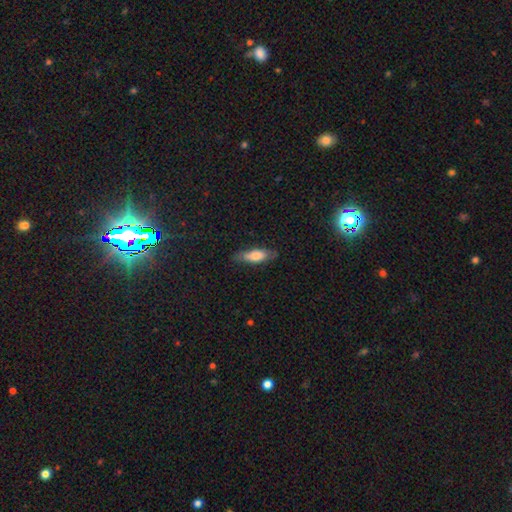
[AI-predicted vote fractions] smooth 73%, featured or disk 21%, star or artifact 7%. Down the decision tree: how rounded — in between (56%); merging — none (76%).